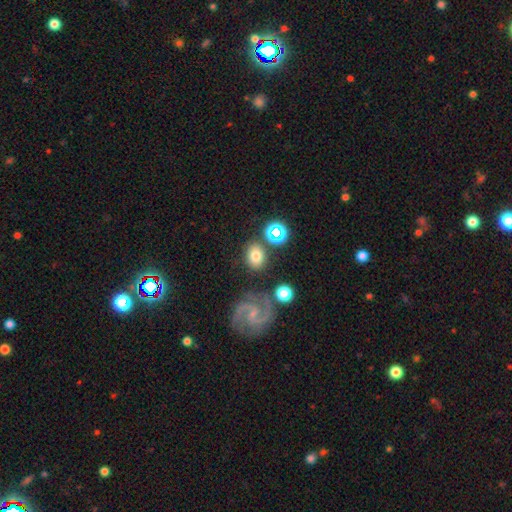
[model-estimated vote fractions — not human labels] A smooth galaxy with no disk features (66%) that is in between round and cigar-shaped (56%).

Vote fractions:
- Smooth or featured? smooth: 66% / featured or disk: 22% / star or artifact: 12%
- How rounded? in between: 56% / round: 42% / cigar-shaped: 1%
- Merging? none: 77% / minor disturbance: 12% / merger: 7% / major disturbance: 4%